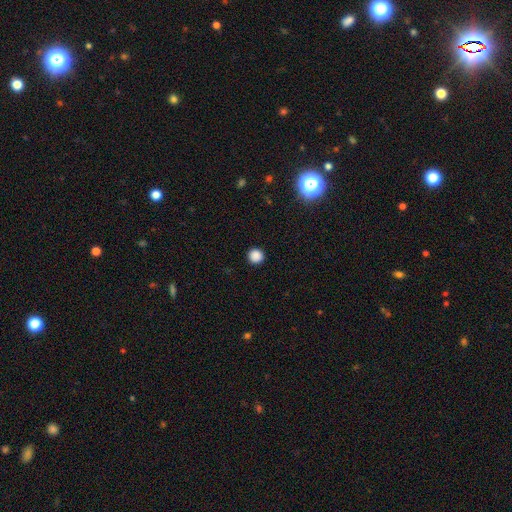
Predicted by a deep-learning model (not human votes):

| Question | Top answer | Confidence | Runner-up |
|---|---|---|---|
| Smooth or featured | smooth | 87% | star or artifact (11%) |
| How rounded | round | 95% | in between (4%) |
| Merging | none | 93% | minor disturbance (5%) |